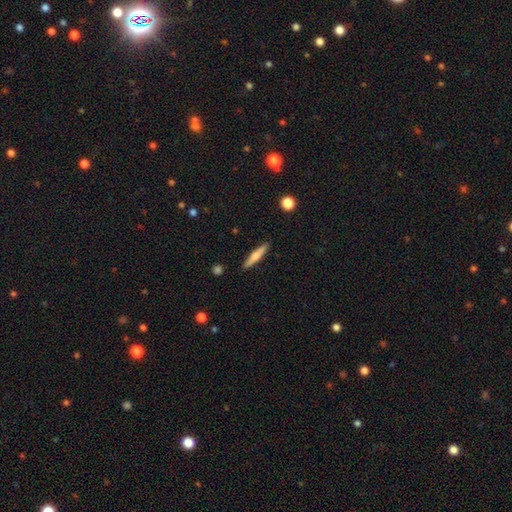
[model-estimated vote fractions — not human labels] smooth_or_featured: smooth (p=0.60) [alt: featured or disk p=0.34]
how_rounded: cigar-shaped (p=0.89) [alt: in between p=0.09]
merging: none (p=0.89) [alt: minor disturbance p=0.07]